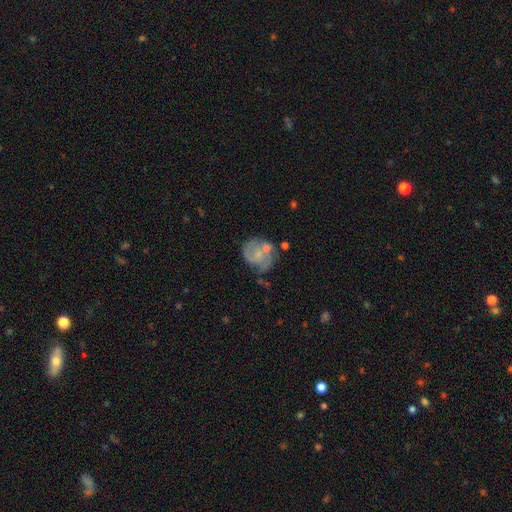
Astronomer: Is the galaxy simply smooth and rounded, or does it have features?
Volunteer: featured or disk — 78%.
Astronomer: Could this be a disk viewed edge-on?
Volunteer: no — 94%.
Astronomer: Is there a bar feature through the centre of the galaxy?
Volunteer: no — 59% (runner-up: weak, 38%).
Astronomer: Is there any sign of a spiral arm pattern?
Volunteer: yes — 93%.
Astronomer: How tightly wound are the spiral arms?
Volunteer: tight — 44% (runner-up: medium, 33%).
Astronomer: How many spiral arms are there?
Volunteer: can't tell — 41% (runner-up: 3, 33%).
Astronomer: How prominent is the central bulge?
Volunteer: small — 45% (runner-up: moderate, 31%).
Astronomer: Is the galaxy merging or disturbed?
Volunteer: none — 57%.